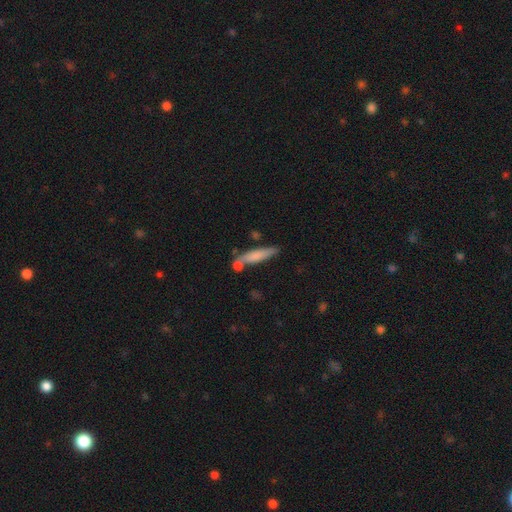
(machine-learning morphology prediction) Smooth or featured? smooth (71%)
How rounded? cigar-shaped (86%)
Merging? none (67%)